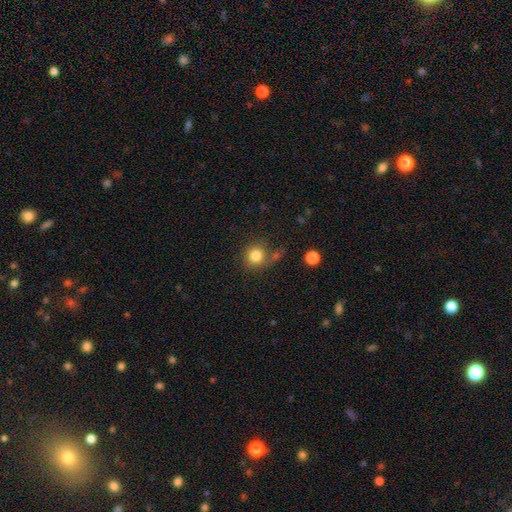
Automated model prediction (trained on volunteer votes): Smooth or featured? Predicted: smooth (p=0.83). How rounded? Predicted: round (p=0.88). Merging? Predicted: none (p=0.67).